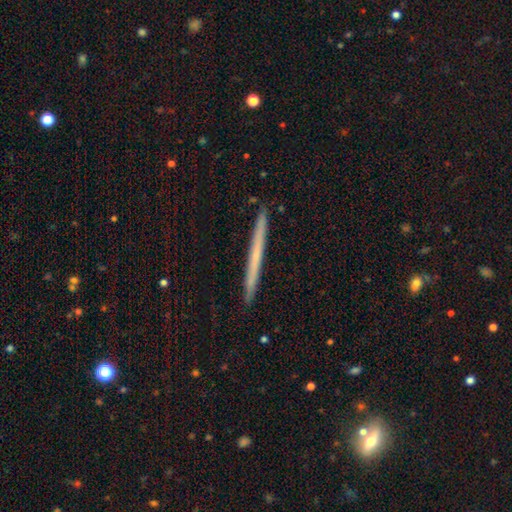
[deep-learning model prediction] Smooth or featured?
  - smooth: 50% *
  - featured or disk: 44%
  - star or artifact: 6%
How rounded?
  - cigar-shaped: 97% *
  - in between: 1%
  - round: 1%
Merging?
  - none: 93% *
  - minor disturbance: 5%
  - major disturbance: 1%
  - merger: 1%